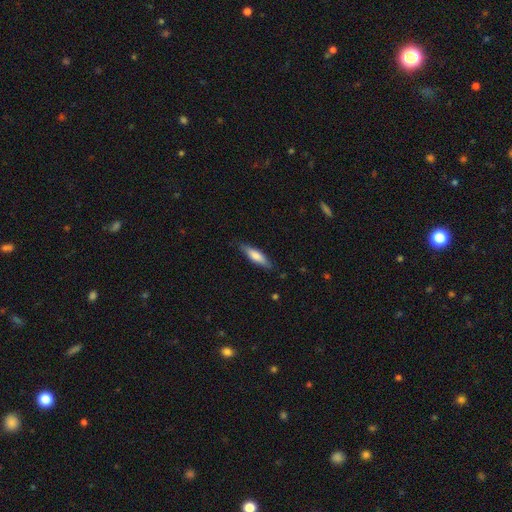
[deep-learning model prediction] This appears to be a smooth galaxy with no disk features (67%) that is cigar-shaped (68%). Merging: none (84%).